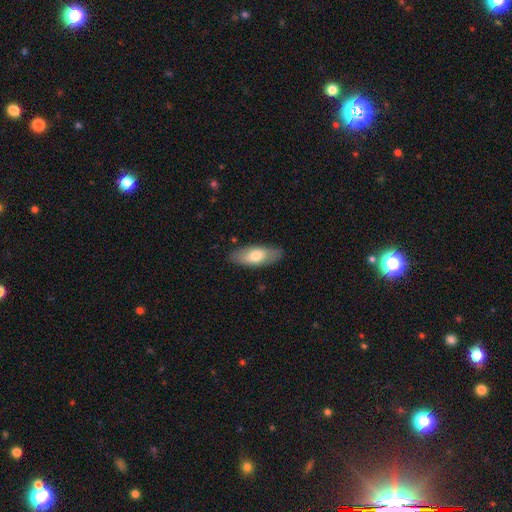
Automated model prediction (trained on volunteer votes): smooth-or-featured: smooth: 70% | featured or disk: 25% | star or artifact: 5%
  how-rounded: in between: 79% | cigar-shaped: 19% | round: 2%
  merging: none: 86% | minor disturbance: 11% | major disturbance: 2% | merger: 1%